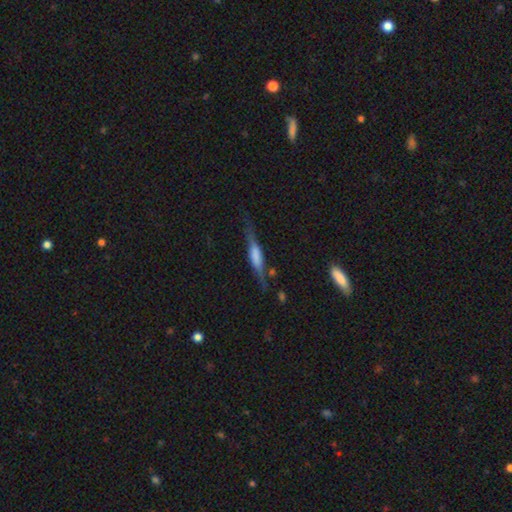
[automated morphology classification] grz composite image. It shows a featured or disk galaxy (64%) viewed edge-on (95%) with a boxy central bulge (48%). Merging: none (75%).